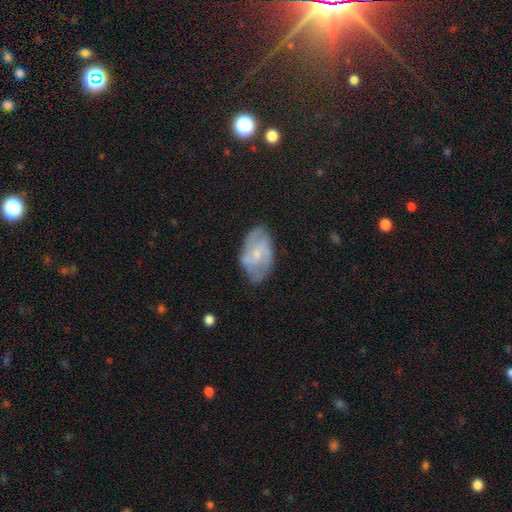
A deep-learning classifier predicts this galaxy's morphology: This appears to be a featured or disk galaxy (66%) with no bar (54%), 2 (48%) medium (47%) spiral arms (84%) and a small central bulge (65%). Merging: none (66%).